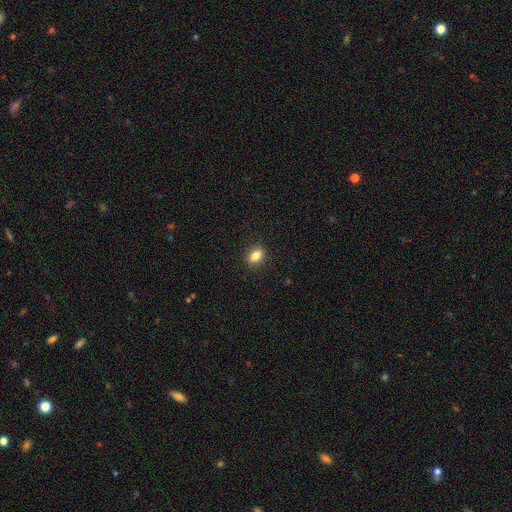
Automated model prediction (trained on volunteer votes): Smooth or featured: smooth — 83% (star or artifact — 9%)
How rounded: in between — 73% (round — 25%)
Merging: none — 89% (minor disturbance — 8%)